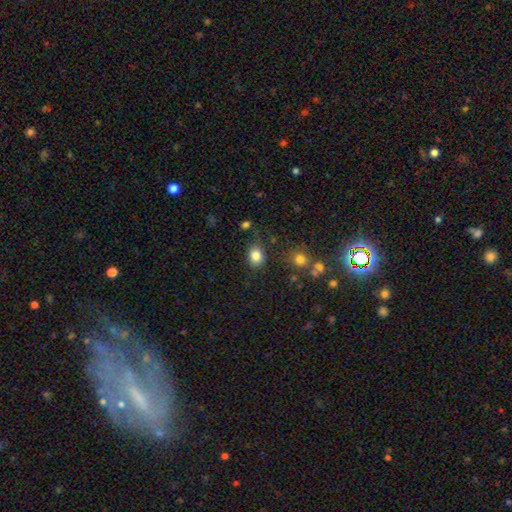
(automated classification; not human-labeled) Smooth or featured: smooth — 83% (star or artifact — 10%)
How rounded: in between — 51% (round — 48%)
Merging: none — 74% (minor disturbance — 17%)